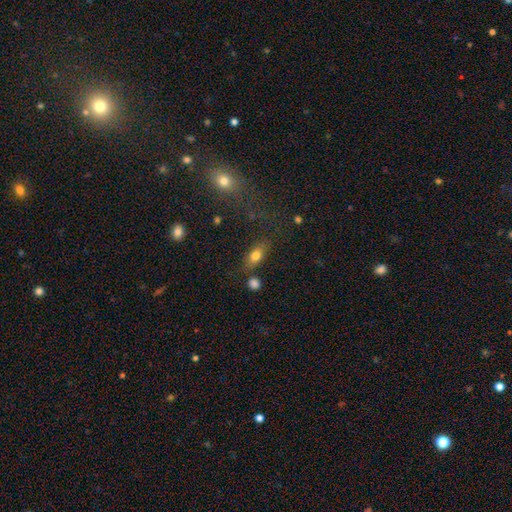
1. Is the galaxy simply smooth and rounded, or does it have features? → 82% smooth, 11% featured or disk, 8% star or artifact.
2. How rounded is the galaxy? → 84% in between, 10% cigar-shaped, 6% round.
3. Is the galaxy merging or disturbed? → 89% none, 6% major disturbance, 3% minor disturbance, 3% merger.